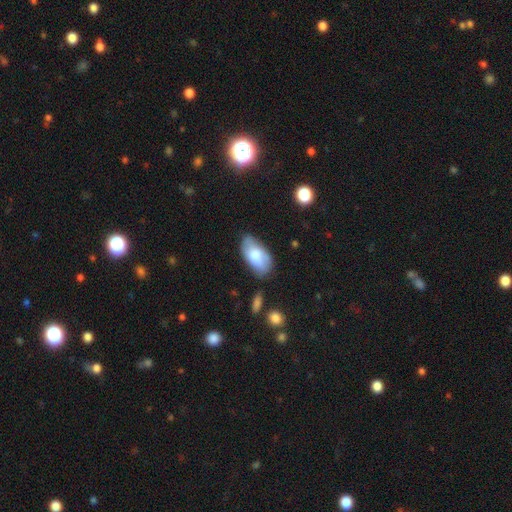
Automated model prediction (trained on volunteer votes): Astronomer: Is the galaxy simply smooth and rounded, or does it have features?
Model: smooth — 71%.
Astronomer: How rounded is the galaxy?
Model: in between — 94%.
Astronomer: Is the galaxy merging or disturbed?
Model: none — 65%.